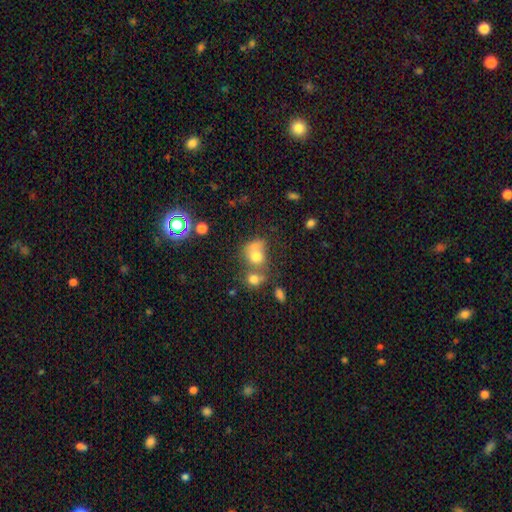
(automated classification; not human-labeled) Q: Smooth or featured?
A: smooth (61%); runner-up: star or artifact (20%)
Q: How rounded?
A: round (63%); runner-up: in between (36%)
Q: Merging?
A: merger (50%); runner-up: none (29%)